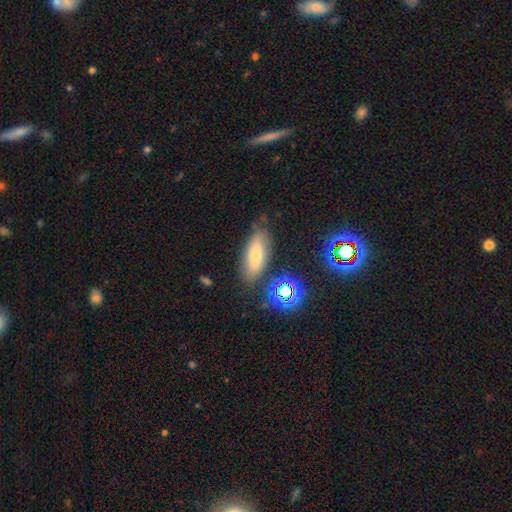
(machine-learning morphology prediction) Smooth or featured? Predicted: smooth (p=0.60). How rounded? Predicted: in between (p=0.70). Merging? Predicted: none (p=0.77).